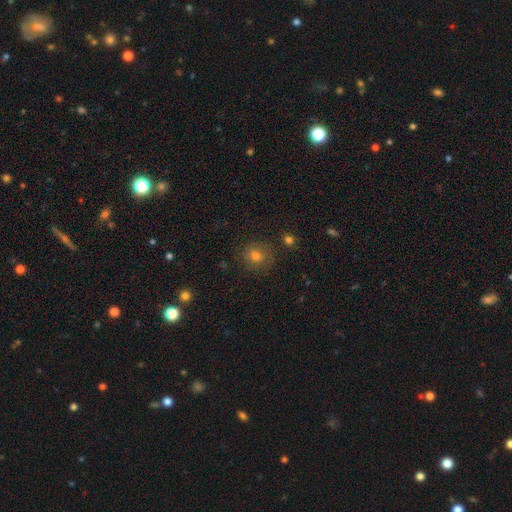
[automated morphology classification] Q: Smooth or featured?
A: smooth (67%); runner-up: star or artifact (19%)
Q: How rounded?
A: round (85%); runner-up: in between (14%)
Q: Merging?
A: none (80%); runner-up: minor disturbance (13%)